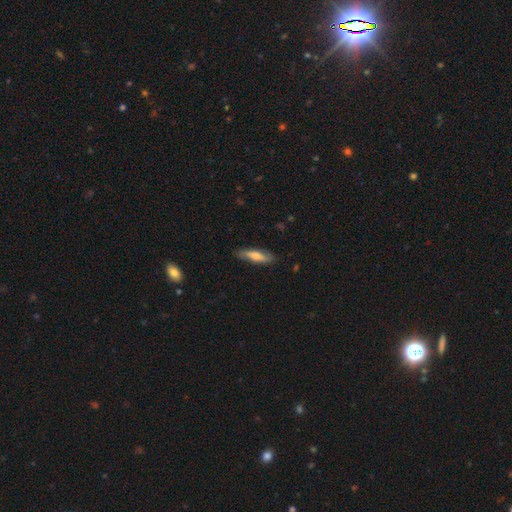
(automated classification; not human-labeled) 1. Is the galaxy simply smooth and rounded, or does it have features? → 61% smooth, 33% featured or disk, 6% star or artifact.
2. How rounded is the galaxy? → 71% cigar-shaped, 27% in between, 2% round.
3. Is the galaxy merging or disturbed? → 83% none, 13% minor disturbance, 2% major disturbance, 1% merger.